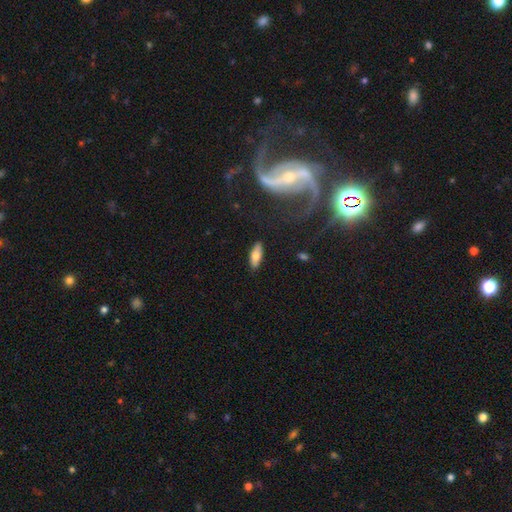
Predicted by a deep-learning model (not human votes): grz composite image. It shows a smooth galaxy with no disk features (68%) that is in between round and cigar-shaped (70%). Merging: none (87%).